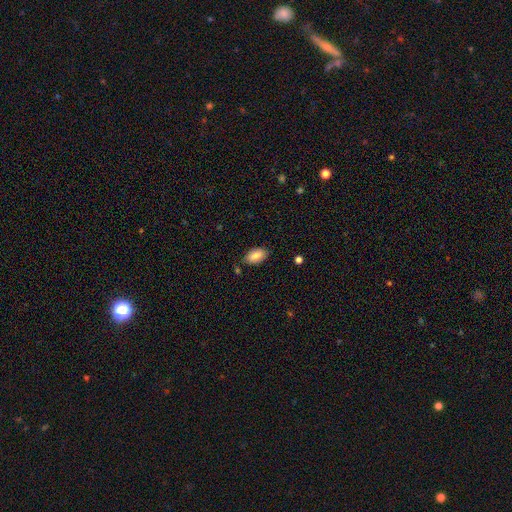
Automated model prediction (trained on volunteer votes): This is clearly a smooth galaxy (83%). How rounded: clearly in between (93%). Merging: clearly none (80%).